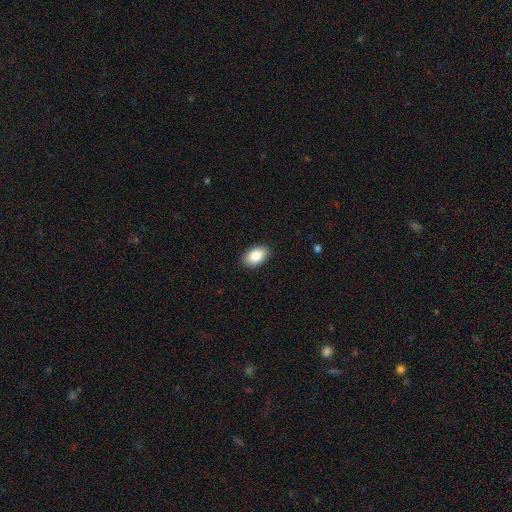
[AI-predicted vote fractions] Smooth or featured: smooth — 87% (star or artifact — 7%)
How rounded: in between — 91% (round — 8%)
Merging: none — 88% (minor disturbance — 9%)